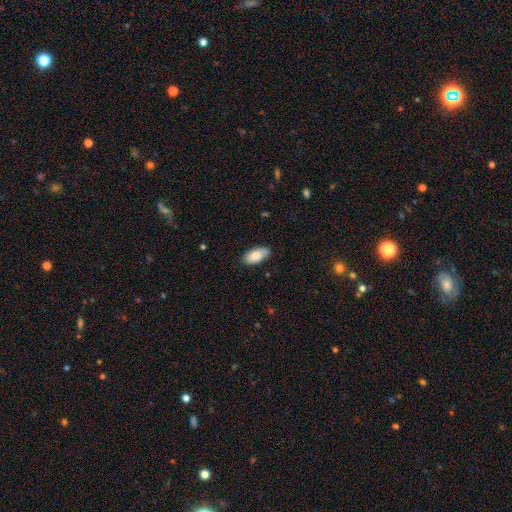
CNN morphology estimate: Smooth or featured? smooth (83%)
How rounded? in between (93%)
Merging? none (78%)